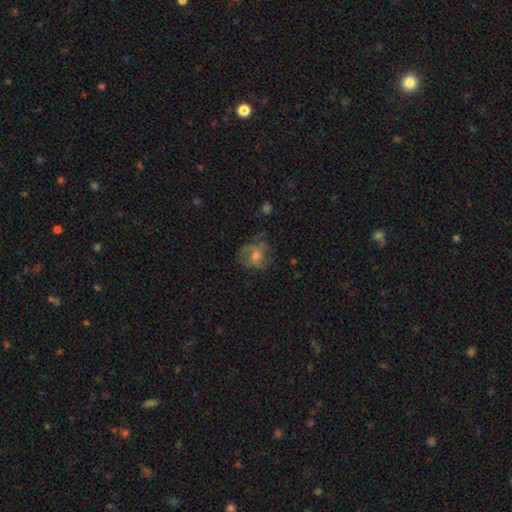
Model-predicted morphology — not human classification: Overall: featured or disk (54%; smooth 35%). Edge-on disk: no (97%). Bar: no (62%; weak 31%). Spiral arms: yes (74%). Bulge size: moderate (50%; small 42%). Merging: none (53%; minor disturbance 24%).